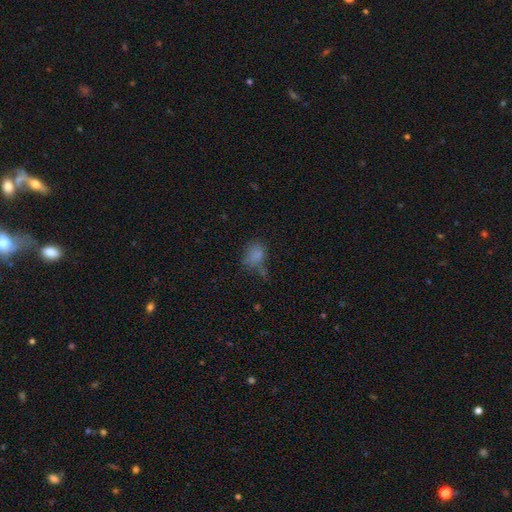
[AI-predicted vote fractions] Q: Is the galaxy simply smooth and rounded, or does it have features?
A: smooth — 74%.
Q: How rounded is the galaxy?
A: in between — 71%.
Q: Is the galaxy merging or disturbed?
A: none — 41%.